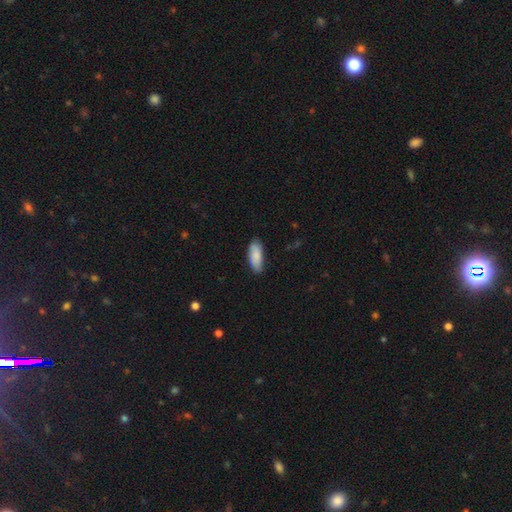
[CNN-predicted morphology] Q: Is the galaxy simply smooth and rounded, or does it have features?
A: smooth — 84%.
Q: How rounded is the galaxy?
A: in between — 79%.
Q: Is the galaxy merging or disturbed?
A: none — 80%.